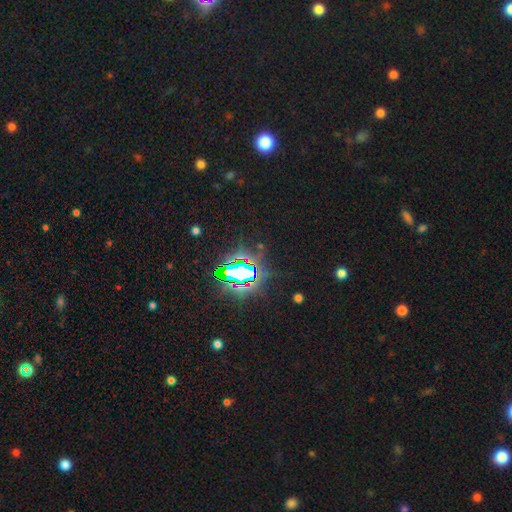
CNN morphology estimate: Smooth or featured? Predicted: star or artifact (p=0.80).